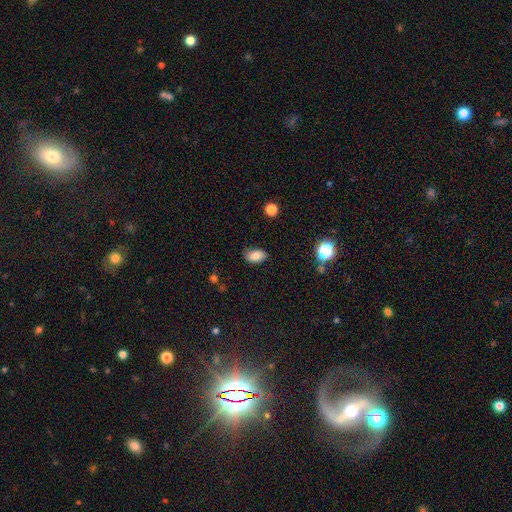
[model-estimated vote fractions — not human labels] smooth-or-featured: smooth: 81% | star or artifact: 9% | featured or disk: 9%
  how-rounded: in between: 91% | round: 7% | cigar-shaped: 2%
  merging: none: 73% | minor disturbance: 21% | major disturbance: 4% | merger: 1%